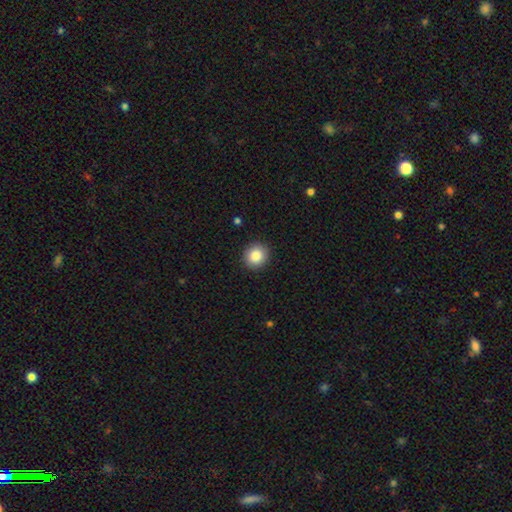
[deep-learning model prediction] Smooth or featured: smooth — 86% (star or artifact — 8%)
How rounded: round — 87% (in between — 12%)
Merging: none — 91% (minor disturbance — 6%)